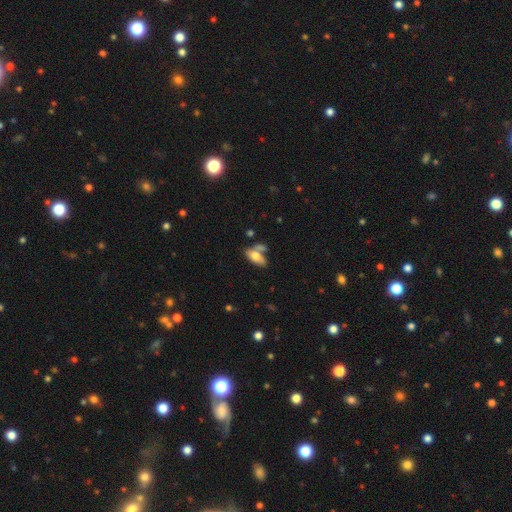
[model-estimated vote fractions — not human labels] This appears to be a smooth galaxy with no disk features (72%) that is in between round and cigar-shaped (86%). Merging: none (46%).